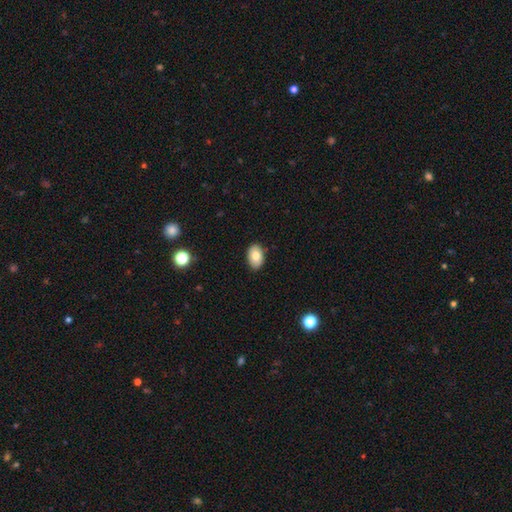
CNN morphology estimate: smooth-or-featured: smooth: 80% | featured or disk: 12% | star or artifact: 8%
  how-rounded: in between: 89% | round: 10% | cigar-shaped: 1%
  merging: none: 87% | minor disturbance: 10% | major disturbance: 2% | merger: 1%